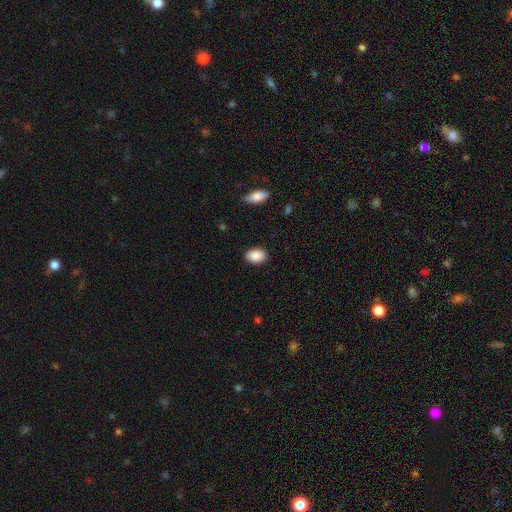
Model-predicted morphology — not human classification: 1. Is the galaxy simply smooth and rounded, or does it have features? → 89% smooth, 7% star or artifact, 4% featured or disk.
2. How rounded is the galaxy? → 83% in between, 15% round, 1% cigar-shaped.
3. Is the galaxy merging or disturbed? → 88% none, 9% minor disturbance, 2% major disturbance, 1% merger.